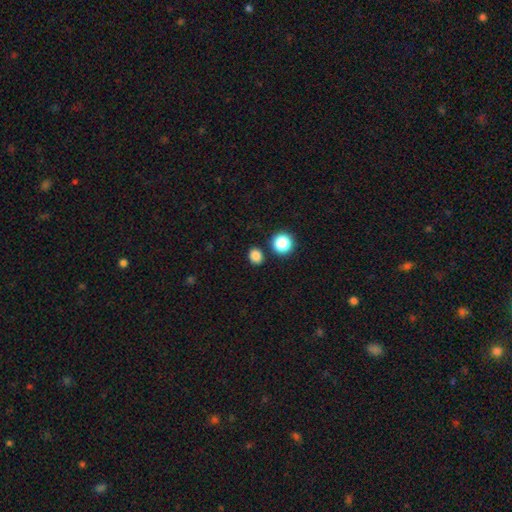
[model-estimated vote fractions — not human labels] Smooth or featured: smooth — 83% (star or artifact — 13%)
How rounded: round — 74% (in between — 26%)
Merging: none — 84% (minor disturbance — 8%)